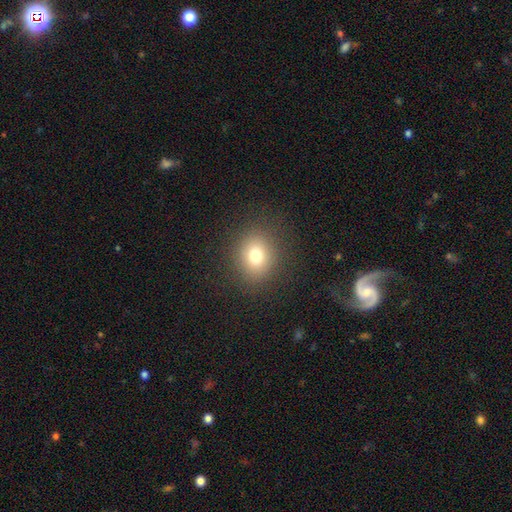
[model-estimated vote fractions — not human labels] smooth-or-featured: smooth: 76% | star or artifact: 14% | featured or disk: 10%
  how-rounded: round: 72% | in between: 27% | cigar-shaped: 1%
  merging: none: 87% | minor disturbance: 8% | major disturbance: 4% | merger: 1%